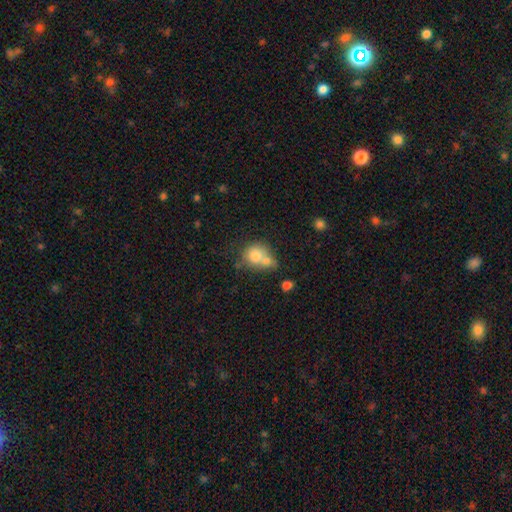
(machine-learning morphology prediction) The model was most divided on "merging": merger: 56%, none: 30%, minor disturbance: 10%, major disturbance: 4%. More confident: smooth or featured — smooth (74%); how rounded — round (73%).